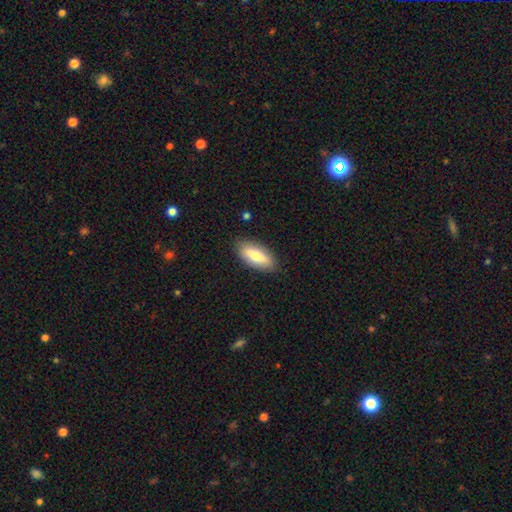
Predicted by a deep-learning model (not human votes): Q: Smooth or featured?
A: smooth (69%); runner-up: featured or disk (25%)
Q: How rounded?
A: in between (79%); runner-up: cigar-shaped (19%)
Q: Merging?
A: none (86%); runner-up: minor disturbance (11%)